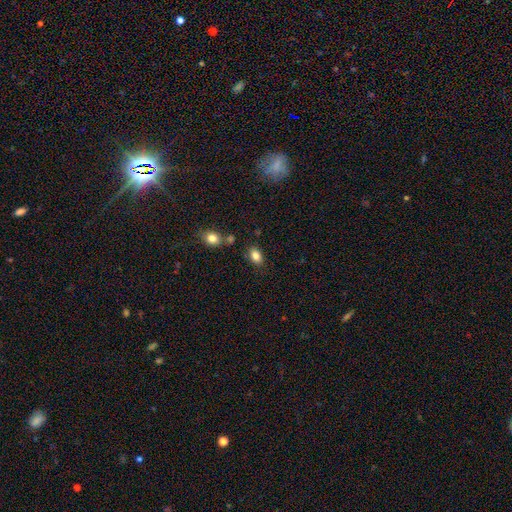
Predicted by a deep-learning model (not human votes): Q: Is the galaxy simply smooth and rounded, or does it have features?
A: smooth — 83%.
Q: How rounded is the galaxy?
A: in between — 84%.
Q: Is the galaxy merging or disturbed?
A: none — 81%.